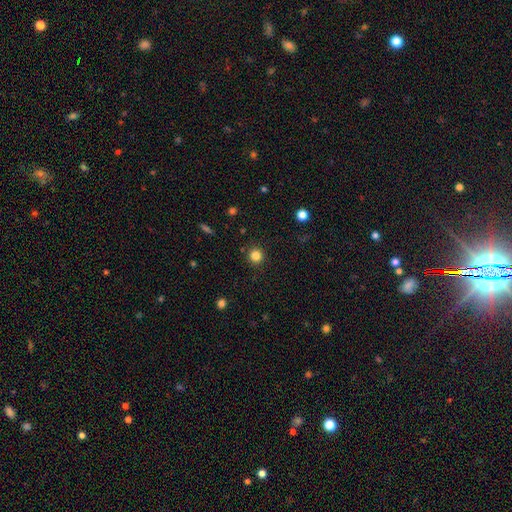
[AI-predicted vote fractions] A smooth galaxy with no disk features (83%) that is round (95%). Merging: none (91%).